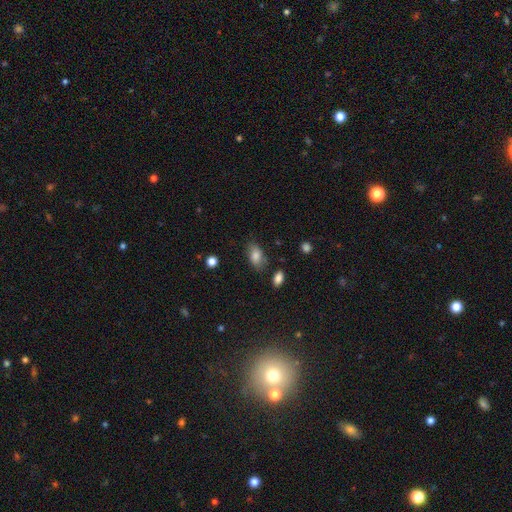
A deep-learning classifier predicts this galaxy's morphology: Smooth or featured?
  - smooth: 82% *
  - featured or disk: 10%
  - star or artifact: 8%
How rounded?
  - in between: 90% *
  - round: 6%
  - cigar-shaped: 4%
Merging?
  - none: 75% *
  - minor disturbance: 18%
  - major disturbance: 4%
  - merger: 3%